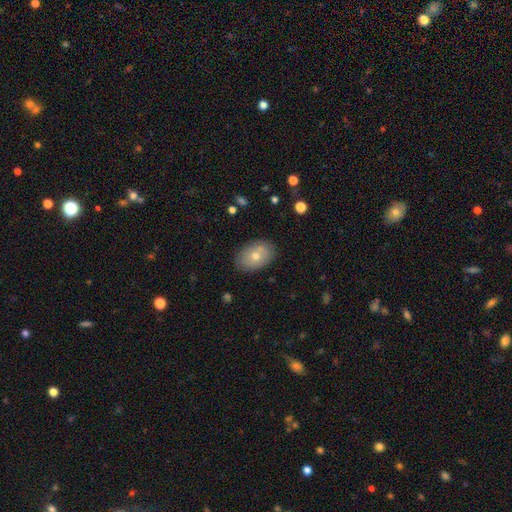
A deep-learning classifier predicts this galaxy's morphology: smooth-or-featured: smooth: 65% | featured or disk: 26% | star or artifact: 9%
  how-rounded: in between: 85% | round: 14% | cigar-shaped: 1%
  merging: none: 85% | minor disturbance: 11% | major disturbance: 3% | merger: 2%